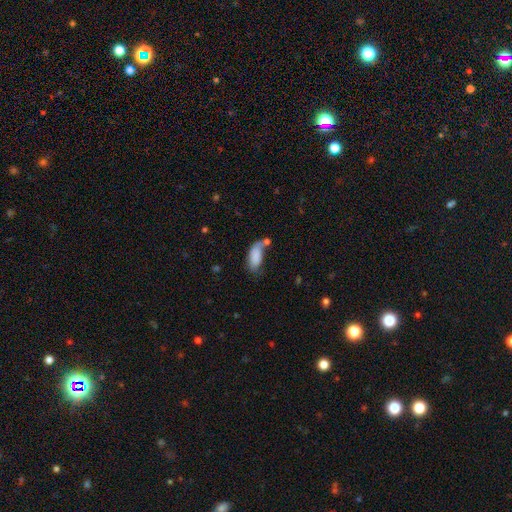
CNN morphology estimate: smooth 82%, featured or disk 10%, star or artifact 8%. Down the decision tree: how rounded — in between (90%); merging — none (34%).